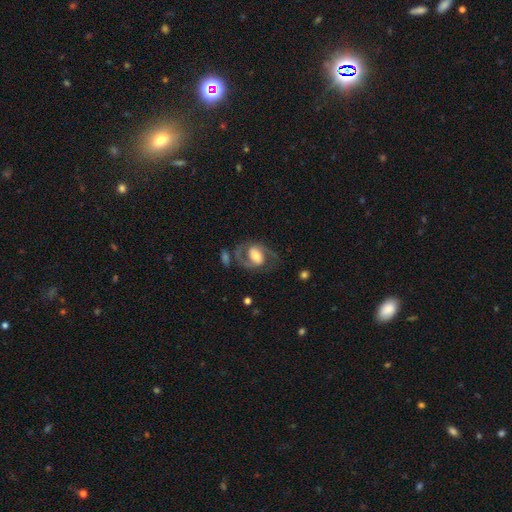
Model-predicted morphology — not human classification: Smooth or featured: featured or disk — 79% (smooth — 15%)
Edge-on disk: no — 97% (yes — 3%)
Bar: weak — 41% (strong — 30%)
Spiral arms: yes — 92% (no — 8%)
Spiral winding: medium — 58% (loose — 21%)
Spiral arm count: 2 — 90% (can't tell — 4%)
Bulge size: moderate — 51% (large — 29%)
Merging: none — 68% (minor disturbance — 16%)